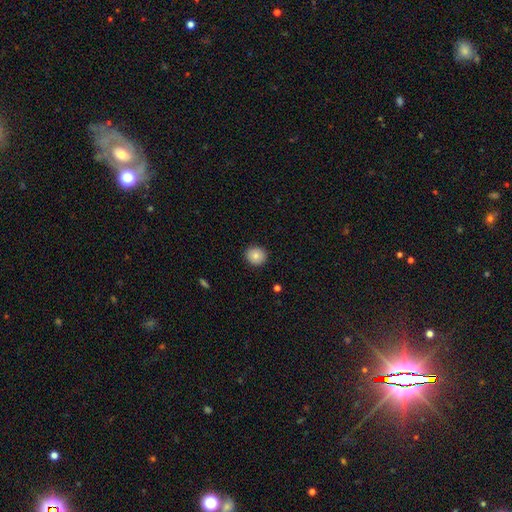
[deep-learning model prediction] A smooth galaxy with no disk features (82%) that is round (86%).

Vote fractions:
- Smooth or featured? smooth: 82% / featured or disk: 10% / star or artifact: 9%
- How rounded? round: 86% / in between: 13% / cigar-shaped: 1%
- Merging? none: 91% / minor disturbance: 7% / major disturbance: 2% / merger: 1%